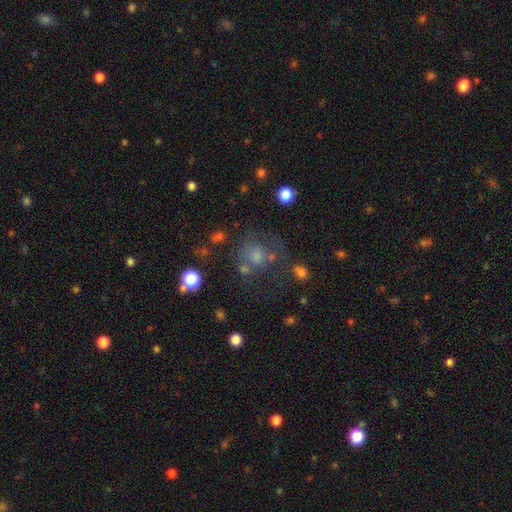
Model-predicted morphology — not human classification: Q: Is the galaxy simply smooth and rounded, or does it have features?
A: smooth — 53%.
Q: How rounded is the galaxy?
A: round — 79%.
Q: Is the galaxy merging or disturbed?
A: none — 54%.